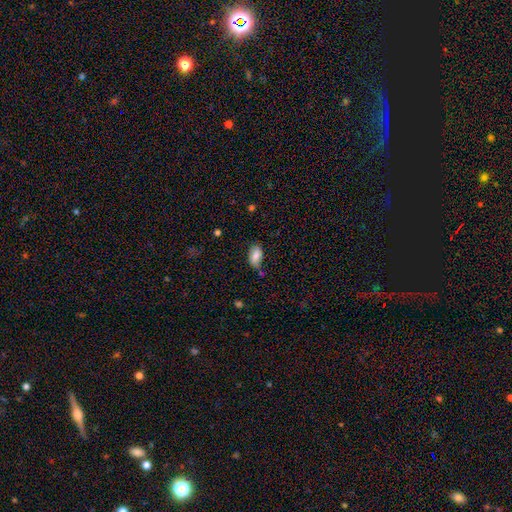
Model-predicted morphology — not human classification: A smooth galaxy with no disk features (81%) that is in between round and cigar-shaped (93%).

Vote fractions:
- Smooth or featured? smooth: 81% / featured or disk: 11% / star or artifact: 8%
- How rounded? in between: 93% / round: 5% / cigar-shaped: 2%
- Merging? none: 63% / minor disturbance: 26% / major disturbance: 5% / merger: 5%